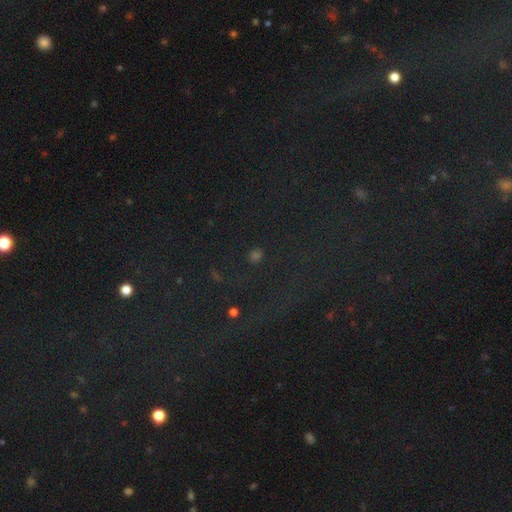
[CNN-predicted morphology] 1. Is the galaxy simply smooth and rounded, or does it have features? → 59% star or artifact, 33% smooth, 8% featured or disk.